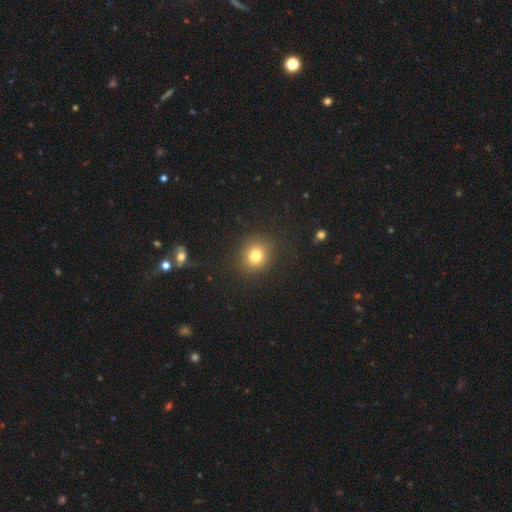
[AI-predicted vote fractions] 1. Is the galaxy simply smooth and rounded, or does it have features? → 80% smooth, 13% star or artifact, 8% featured or disk.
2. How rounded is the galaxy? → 80% round, 19% in between, 1% cigar-shaped.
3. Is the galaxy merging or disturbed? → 88% none, 7% minor disturbance, 3% major disturbance, 1% merger.